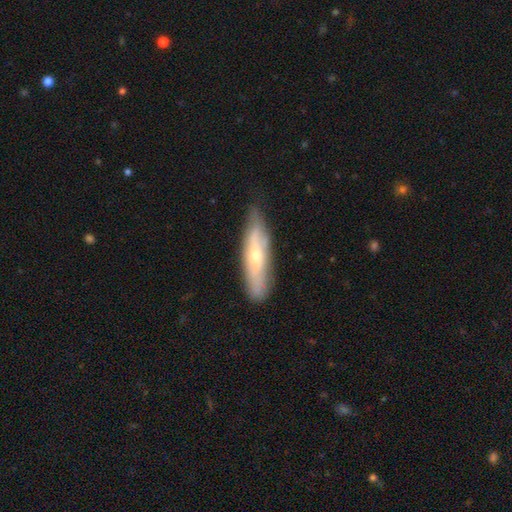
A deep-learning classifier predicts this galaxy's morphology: This appears to be a featured or disk galaxy (53%) viewed edge-on (54%). Merging: none (75%).